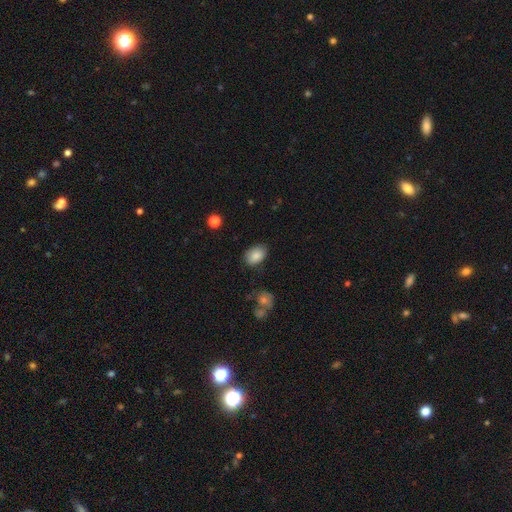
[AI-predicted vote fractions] Smooth or featured?
  - smooth: 85% *
  - star or artifact: 8%
  - featured or disk: 7%
How rounded?
  - in between: 85% *
  - round: 14%
  - cigar-shaped: 1%
Merging?
  - none: 76% *
  - minor disturbance: 19%
  - major disturbance: 4%
  - merger: 2%